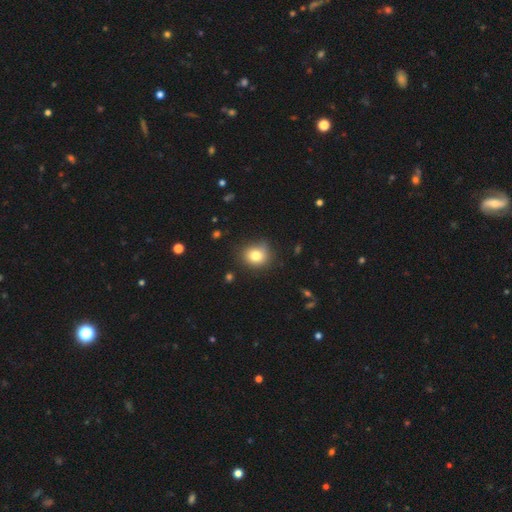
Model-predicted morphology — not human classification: smooth-or-featured: smooth: 80% | star or artifact: 11% | featured or disk: 9%
  how-rounded: round: 75% | in between: 24% | cigar-shaped: 1%
  merging: none: 75% | minor disturbance: 19% | major disturbance: 4% | merger: 2%